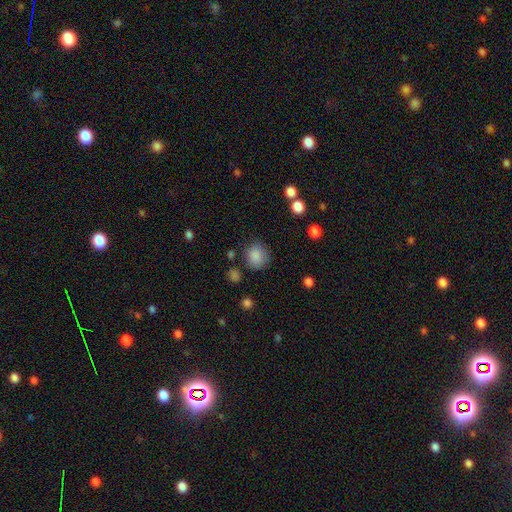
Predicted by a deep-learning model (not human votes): Morphology: type=smooth (86%); roundness=round (83%); merging=none (77%).